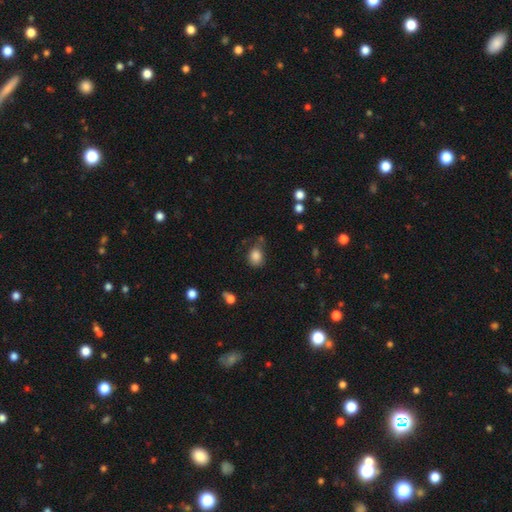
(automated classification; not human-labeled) A smooth galaxy with no disk features (84%) that is round (50%). Merging: none (57%).